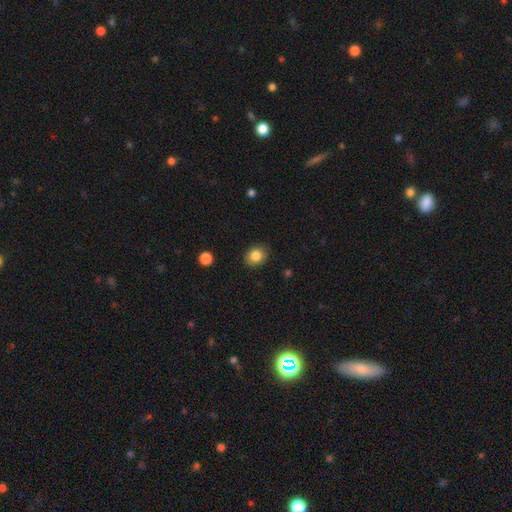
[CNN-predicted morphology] Q: Smooth or featured?
A: smooth (84%); runner-up: star or artifact (9%)
Q: How rounded?
A: round (62%); runner-up: in between (37%)
Q: Merging?
A: none (86%); runner-up: minor disturbance (10%)